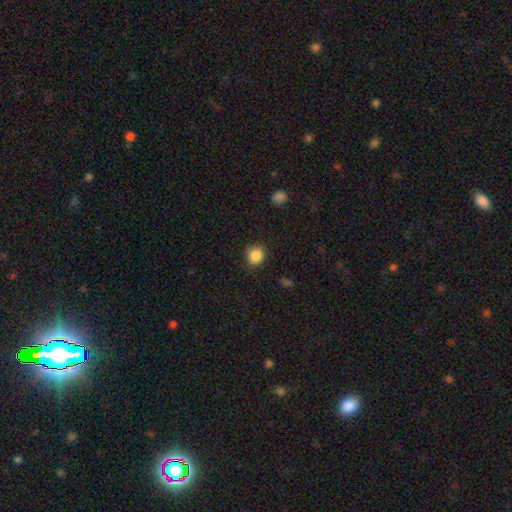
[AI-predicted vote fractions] Smooth or featured?
  - smooth: 86% *
  - star or artifact: 10%
  - featured or disk: 4%
How rounded?
  - round: 83% *
  - in between: 16%
  - cigar-shaped: 1%
Merging?
  - none: 84% *
  - minor disturbance: 12%
  - major disturbance: 3%
  - merger: 1%